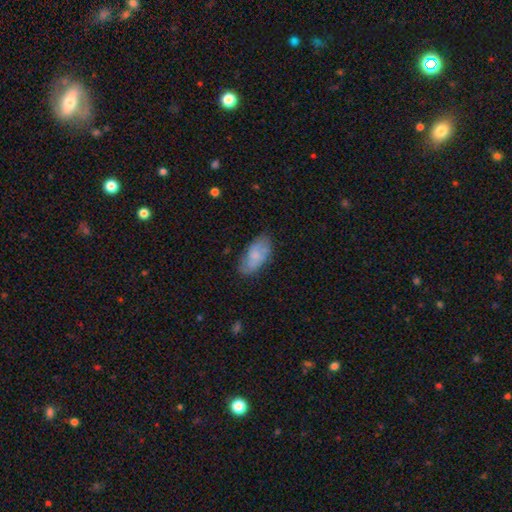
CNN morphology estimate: A smooth galaxy with no disk features (67%) that is in between round and cigar-shaped (92%). Merging: none (70%).